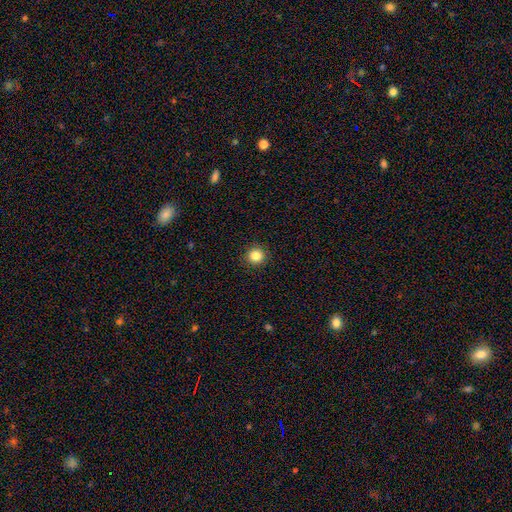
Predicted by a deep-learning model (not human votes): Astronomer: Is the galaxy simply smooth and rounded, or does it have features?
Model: smooth — 85%.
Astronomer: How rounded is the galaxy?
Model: round — 94%.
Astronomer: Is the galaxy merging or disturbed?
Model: none — 92%.